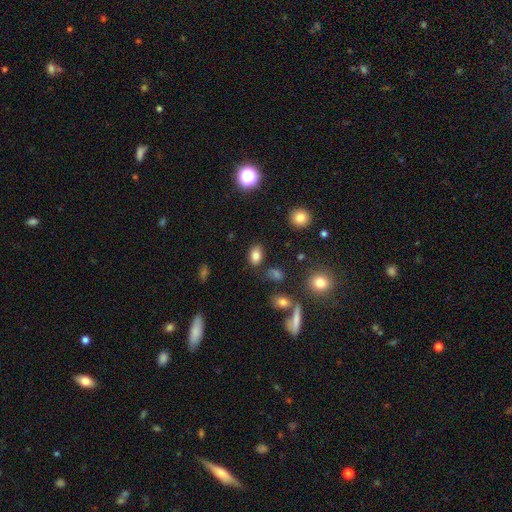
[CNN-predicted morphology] smooth_or_featured: smooth (p=0.82) [alt: star or artifact p=0.11]
how_rounded: in between (p=0.86) [alt: round p=0.12]
merging: none (p=0.81) [alt: minor disturbance p=0.12]